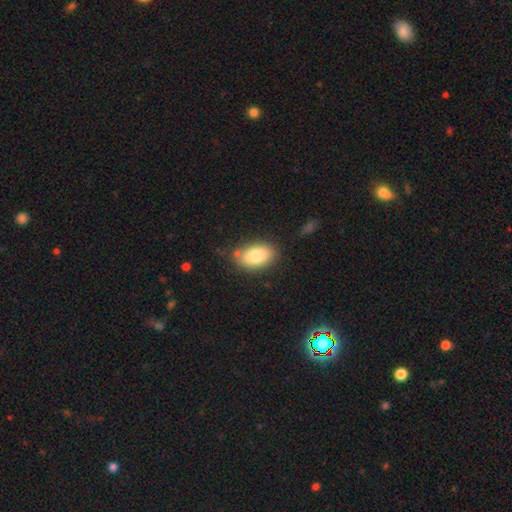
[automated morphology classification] A smooth galaxy with no disk features (83%) that is in between round and cigar-shaped (91%). Merging: none (77%).